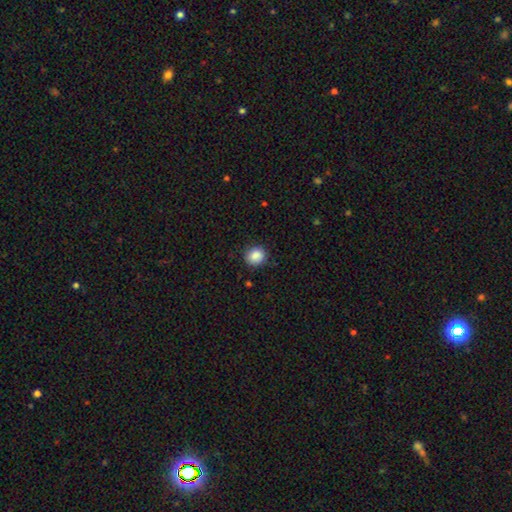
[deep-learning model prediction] smooth-or-featured: smooth: 87% | star or artifact: 9% | featured or disk: 4%
  how-rounded: round: 84% | in between: 16% | cigar-shaped: 1%
  merging: none: 85% | minor disturbance: 11% | major disturbance: 3% | merger: 1%